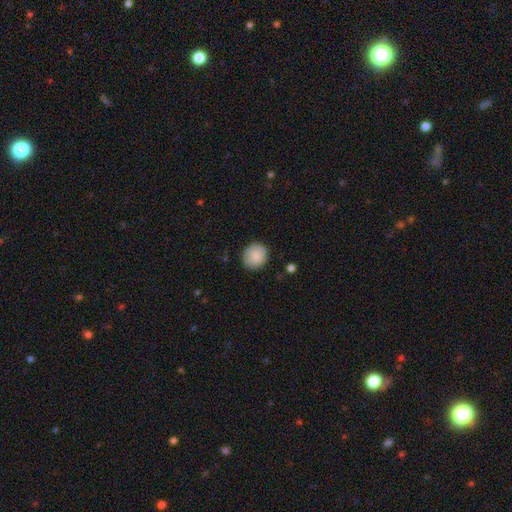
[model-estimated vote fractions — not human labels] Q: Smooth or featured?
A: smooth (85%); runner-up: featured or disk (9%)
Q: How rounded?
A: round (80%); runner-up: in between (19%)
Q: Merging?
A: none (84%); runner-up: minor disturbance (12%)